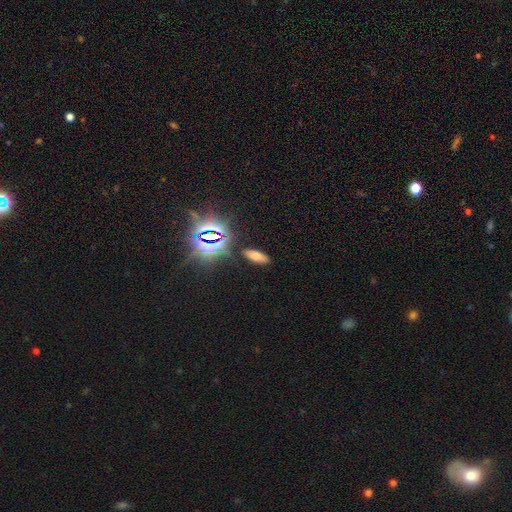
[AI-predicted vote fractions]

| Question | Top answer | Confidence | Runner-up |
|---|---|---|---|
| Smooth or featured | smooth | 59% | star or artifact (29%) |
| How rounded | in between | 74% | cigar-shaped (21%) |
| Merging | none | 87% | minor disturbance (8%) |